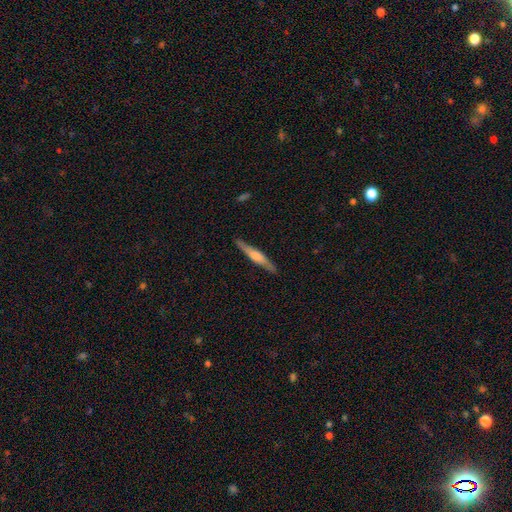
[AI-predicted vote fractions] Smooth or featured? featured or disk (63%)
Edge-on disk? yes (96%)
Edge-on bulge? rounded (65%)
Merging? none (89%)